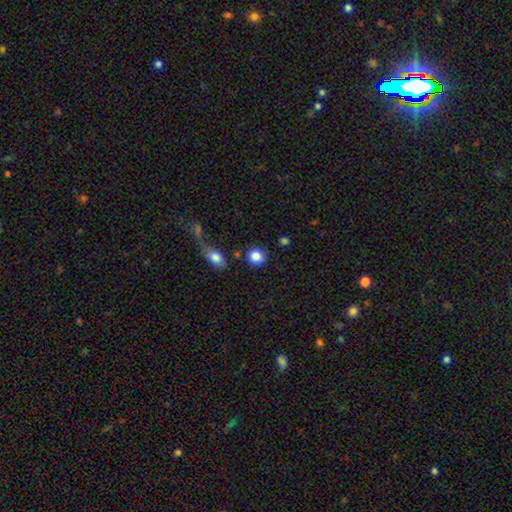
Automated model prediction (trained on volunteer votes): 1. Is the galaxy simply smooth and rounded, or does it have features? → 86% smooth, 8% star or artifact, 6% featured or disk.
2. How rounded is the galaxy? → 81% round, 17% in between, 1% cigar-shaped.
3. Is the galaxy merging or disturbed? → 82% none, 9% minor disturbance, 6% merger, 3% major disturbance.